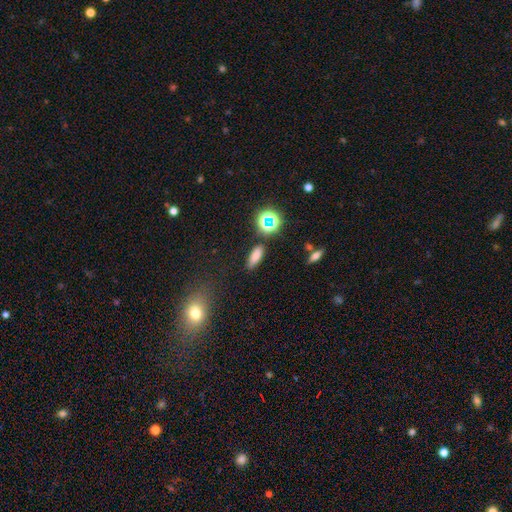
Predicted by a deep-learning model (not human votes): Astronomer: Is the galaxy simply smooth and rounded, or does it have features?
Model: smooth — 74%.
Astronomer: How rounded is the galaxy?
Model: in between — 63%.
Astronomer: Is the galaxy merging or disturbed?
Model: none — 81%.